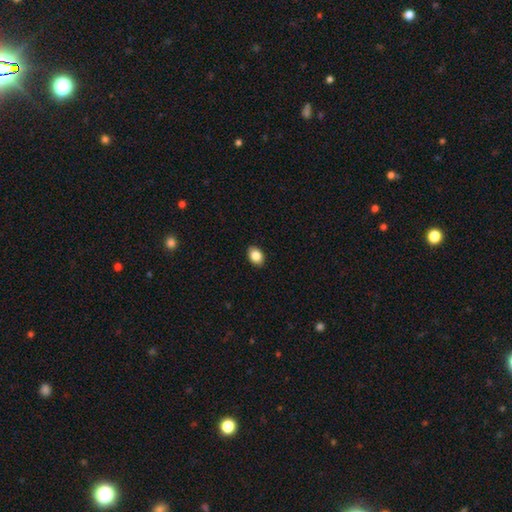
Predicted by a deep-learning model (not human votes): Overall: smooth (86%). How rounded: in between (74%). Merging: none (91%).